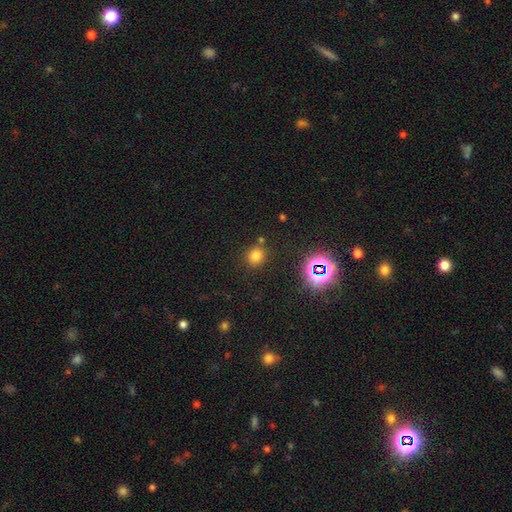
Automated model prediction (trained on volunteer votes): Q: Smooth or featured?
A: smooth (73%); runner-up: star or artifact (21%)
Q: How rounded?
A: round (82%); runner-up: in between (17%)
Q: Merging?
A: none (79%); runner-up: minor disturbance (10%)